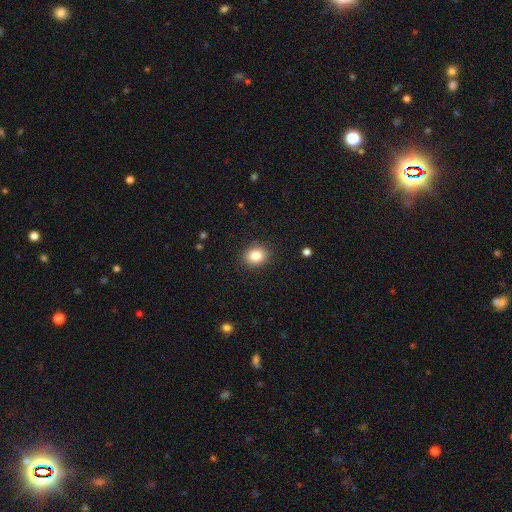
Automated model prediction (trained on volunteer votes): Morphology: type=smooth (84%); roundness=round (62%); merging=none (89%).